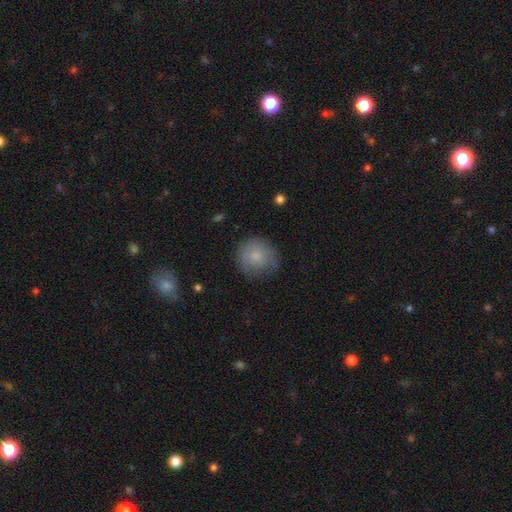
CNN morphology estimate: smooth_or_featured: smooth (p=0.78) [alt: featured or disk p=0.14]
how_rounded: round (p=0.91) [alt: in between p=0.08]
merging: none (p=0.69) [alt: minor disturbance p=0.23]